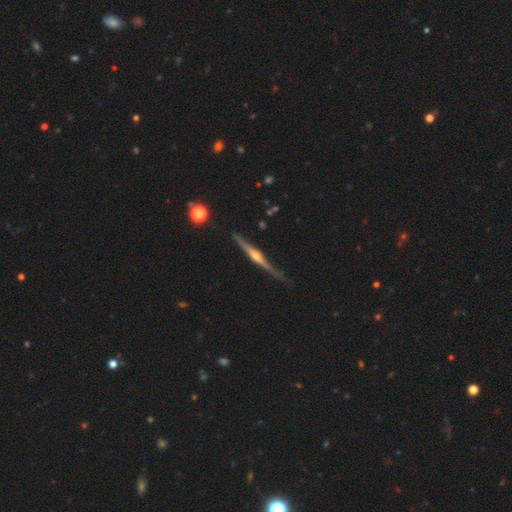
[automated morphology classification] smooth_or_featured: featured or disk (p=0.82) [alt: smooth p=0.12]
disk_edge_on: yes (p=0.98) [alt: no p=0.02]
edge_on_bulge: rounded (p=0.88) [alt: boxy p=0.06]
merging: none (p=0.80) [alt: minor disturbance p=0.15]